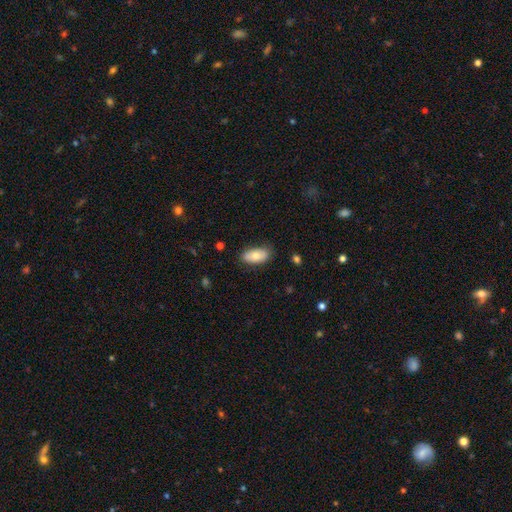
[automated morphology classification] Smooth or featured? Predicted: smooth (p=0.79). How rounded? Predicted: in between (p=0.92). Merging? Predicted: none (p=0.81).